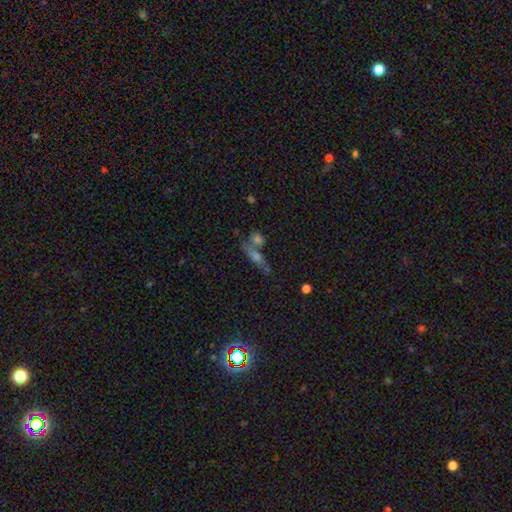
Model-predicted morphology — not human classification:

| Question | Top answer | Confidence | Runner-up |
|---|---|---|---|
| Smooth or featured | featured or disk | 39% | smooth (37%) |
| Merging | none | 46% | merger (35%) |